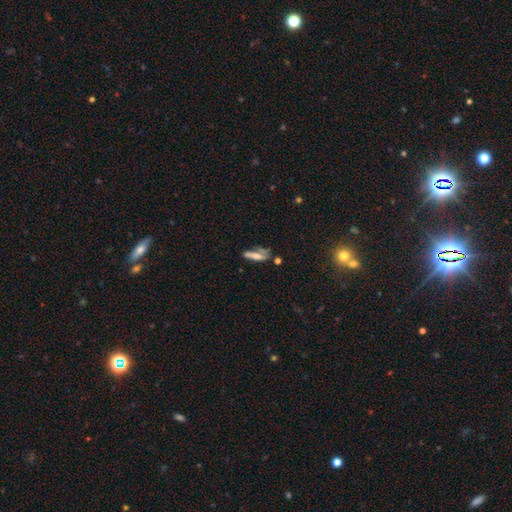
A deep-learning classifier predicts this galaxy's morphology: smooth_or_featured: smooth (p=0.57) [alt: featured or disk p=0.31]
how_rounded: cigar-shaped (p=0.59) [alt: in between p=0.38]
merging: none (p=0.38) [alt: minor disturbance p=0.22]